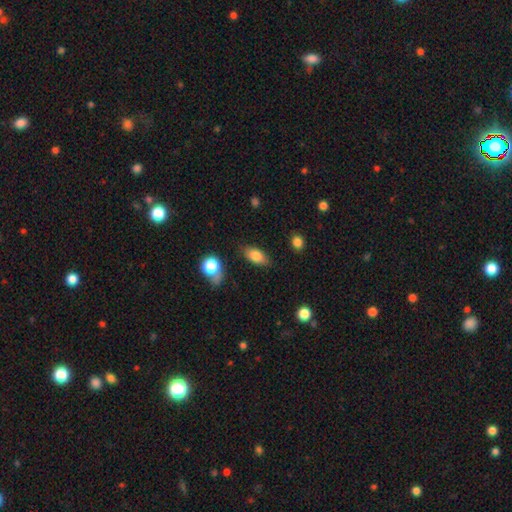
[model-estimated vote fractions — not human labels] smooth_or_featured: smooth (p=0.80) [alt: featured or disk p=0.12]
how_rounded: in between (p=0.86) [alt: cigar-shaped p=0.08]
merging: none (p=0.80) [alt: minor disturbance p=0.14]